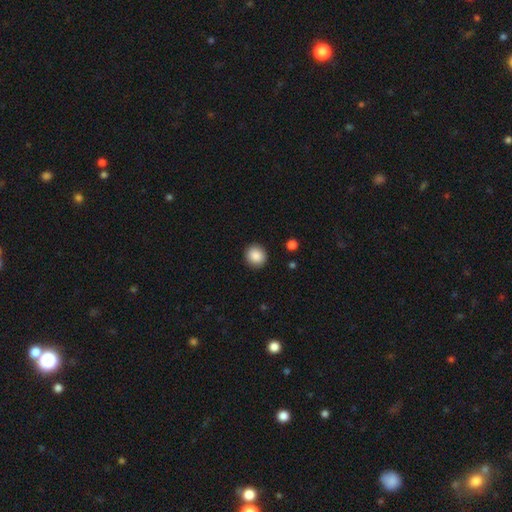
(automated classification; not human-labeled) Q: Smooth or featured?
A: smooth (88%); runner-up: star or artifact (8%)
Q: How rounded?
A: round (88%); runner-up: in between (11%)
Q: Merging?
A: none (91%); runner-up: minor disturbance (6%)